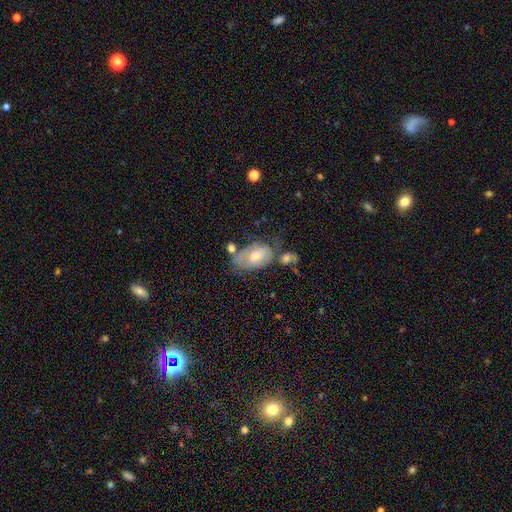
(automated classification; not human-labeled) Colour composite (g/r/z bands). It shows a featured or disk galaxy (54%). Merging: none (42%).